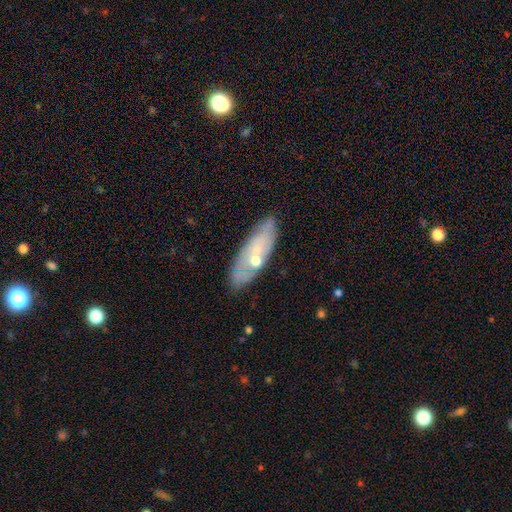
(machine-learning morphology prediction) type=featured or disk (51%); edge-on=no (76%); merging=none (68%).